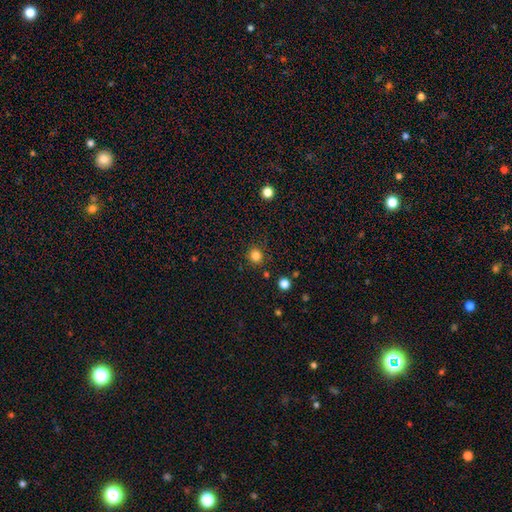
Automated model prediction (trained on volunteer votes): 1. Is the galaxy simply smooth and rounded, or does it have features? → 82% smooth, 14% star or artifact, 4% featured or disk.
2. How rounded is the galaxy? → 92% round, 8% in between, 1% cigar-shaped.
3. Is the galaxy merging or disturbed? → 88% none, 7% minor disturbance, 2% merger, 2% major disturbance.